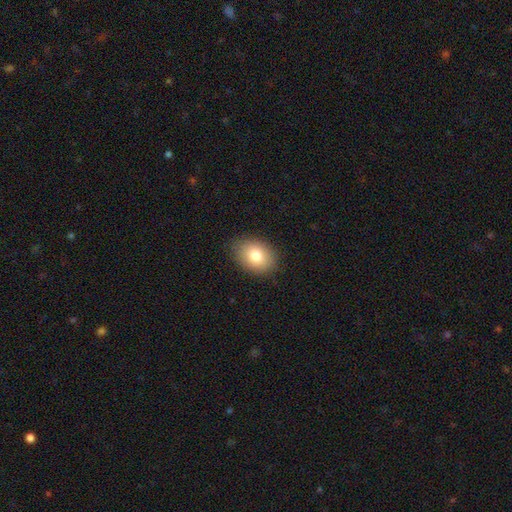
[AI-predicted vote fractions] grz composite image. It shows a smooth galaxy with no disk features (82%) that is in between round and cigar-shaped (75%). Merging: none (85%).